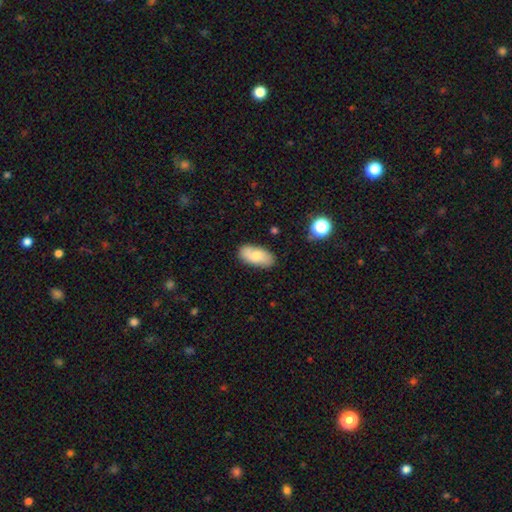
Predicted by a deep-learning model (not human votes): smooth-or-featured: smooth: 69% | featured or disk: 24% | star or artifact: 7%
  how-rounded: in between: 92% | cigar-shaped: 5% | round: 3%
  merging: none: 79% | minor disturbance: 15% | major disturbance: 3% | merger: 3%